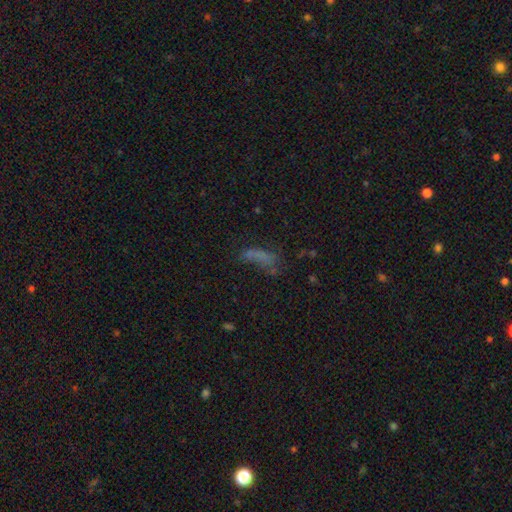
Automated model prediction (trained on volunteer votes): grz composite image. It shows a smooth galaxy with no disk features (52%) that is in between round and cigar-shaped (55%). Merging: none (40%).